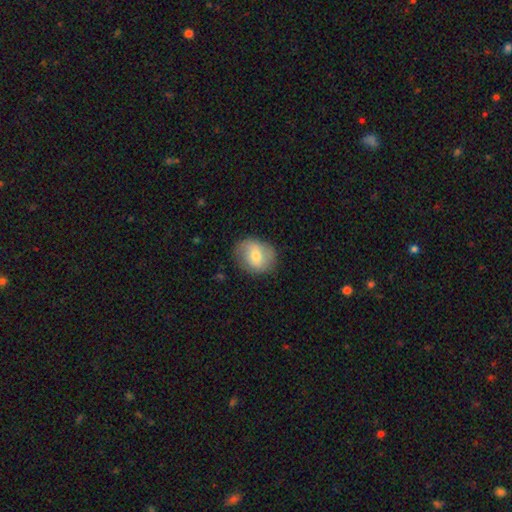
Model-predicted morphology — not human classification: A smooth galaxy with no disk features (61%) that is round (59%). Merging: none (80%).